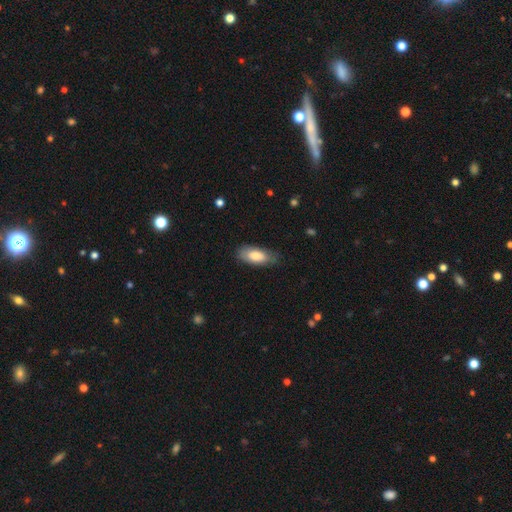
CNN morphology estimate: This appears to be a smooth galaxy with no disk features (78%) that is in between round and cigar-shaped (86%). Merging: none (73%).